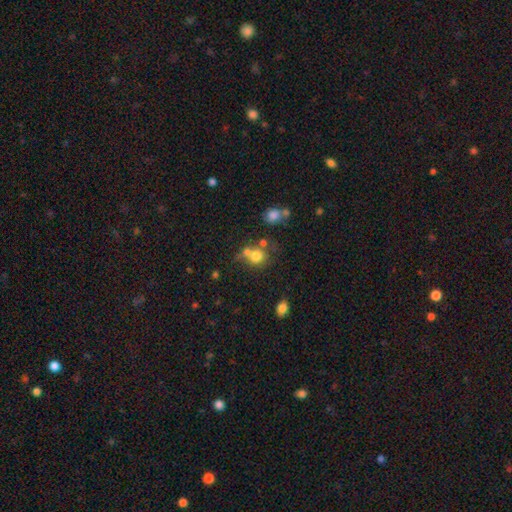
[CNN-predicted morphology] smooth 74%, star or artifact 14%, featured or disk 12%. Down the decision tree: how rounded — round (82%); merging — none (46%).